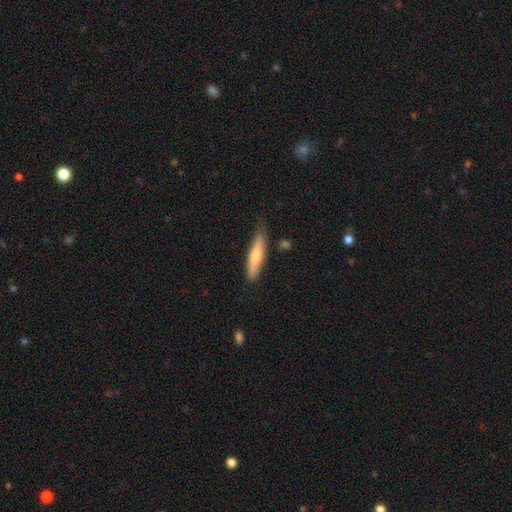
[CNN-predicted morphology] Overall: smooth (55%; featured or disk 39%). How rounded: cigar-shaped (86%). Merging: none (77%).